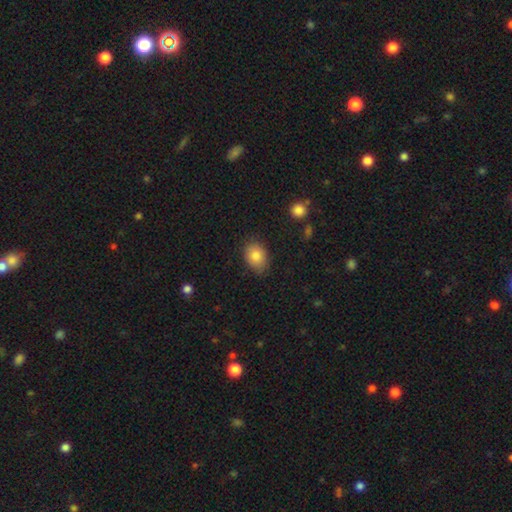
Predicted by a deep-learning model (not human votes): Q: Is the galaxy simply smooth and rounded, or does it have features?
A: smooth — 83%.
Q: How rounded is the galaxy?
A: in between — 70%.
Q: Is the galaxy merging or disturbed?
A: none — 78%.